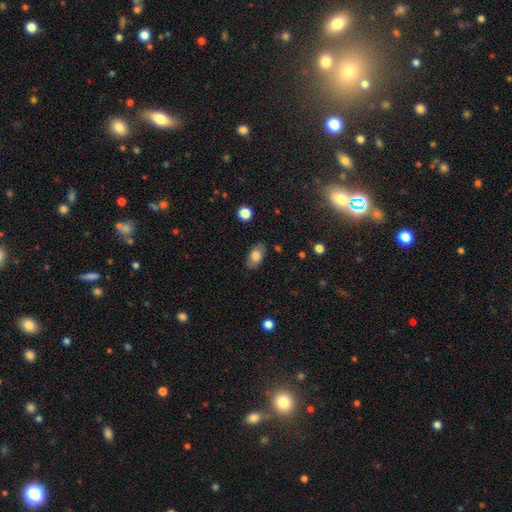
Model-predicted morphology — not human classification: Smooth or featured?
  - smooth: 78% *
  - featured or disk: 14%
  - star or artifact: 7%
How rounded?
  - in between: 91% *
  - round: 6%
  - cigar-shaped: 3%
Merging?
  - none: 84% *
  - minor disturbance: 12%
  - major disturbance: 3%
  - merger: 1%